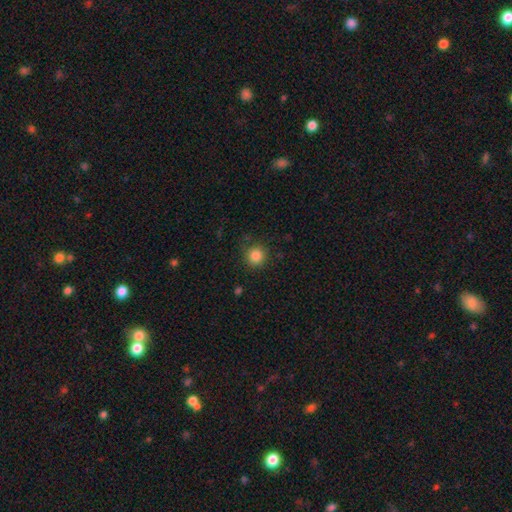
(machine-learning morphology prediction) The model was most divided on "smooth or featured": smooth: 85%, star or artifact: 11%, featured or disk: 4%. More confident: how rounded — round (93%); merging — none (86%).